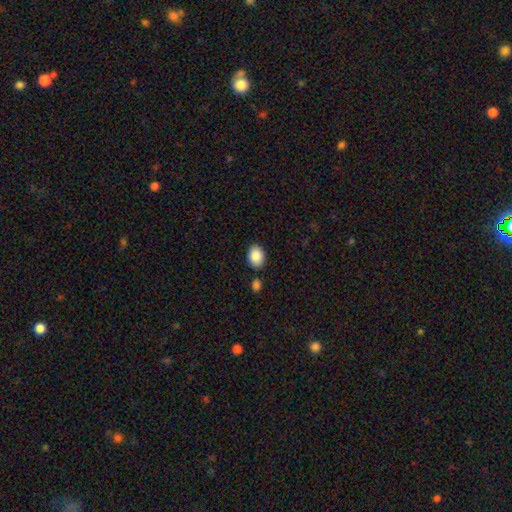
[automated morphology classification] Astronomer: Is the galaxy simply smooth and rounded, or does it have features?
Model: smooth — 88%.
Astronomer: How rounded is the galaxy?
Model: in between — 73%.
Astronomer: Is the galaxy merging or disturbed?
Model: none — 83%.